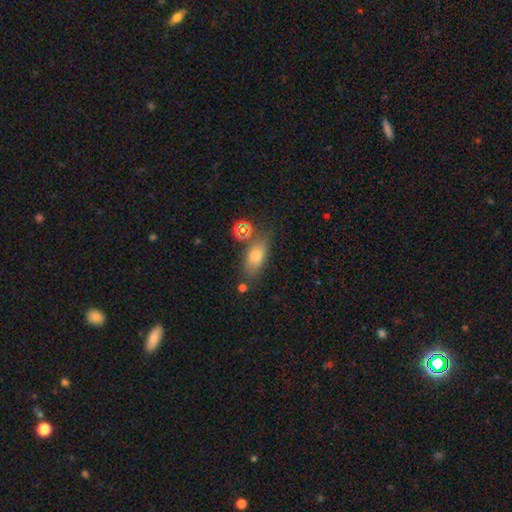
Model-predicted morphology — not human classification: smooth_or_featured: smooth (p=0.70) [alt: featured or disk p=0.17]
how_rounded: in between (p=0.75) [alt: cigar-shaped p=0.16]
merging: none (p=0.71) [alt: minor disturbance p=0.16]